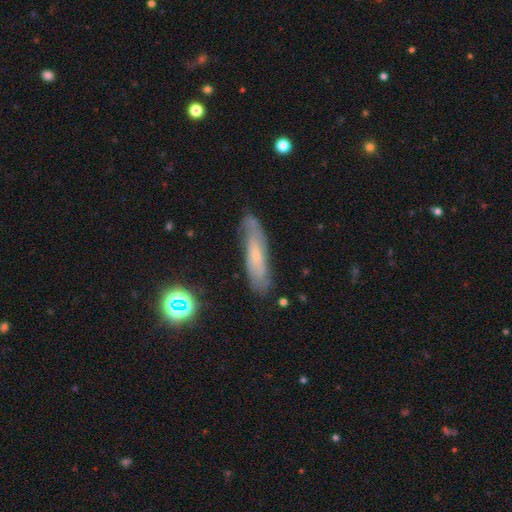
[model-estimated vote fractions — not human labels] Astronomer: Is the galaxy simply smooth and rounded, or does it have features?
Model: featured or disk — 51% (runner-up: smooth, 39%).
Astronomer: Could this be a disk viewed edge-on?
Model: no — 56% (runner-up: yes, 44%).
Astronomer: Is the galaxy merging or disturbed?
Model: none — 76%.